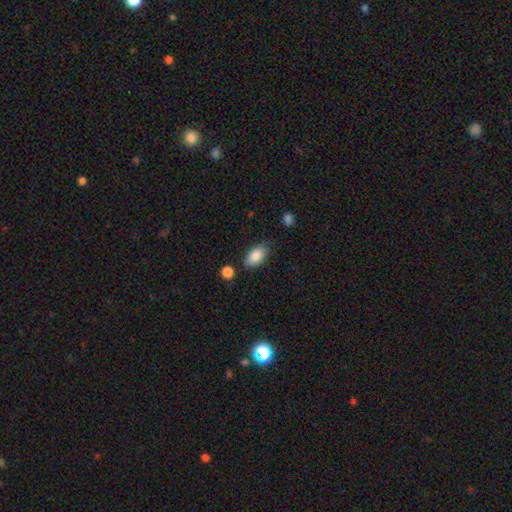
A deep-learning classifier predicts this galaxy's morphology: Overall: smooth (86%). How rounded: in between (93%). Merging: none (72%).